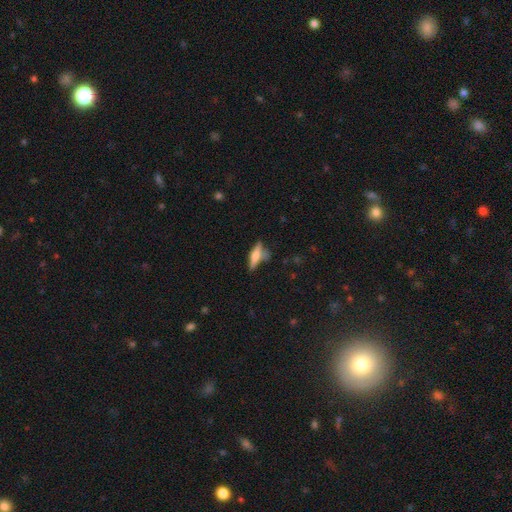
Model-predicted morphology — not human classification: Smooth or featured? Predicted: smooth (p=0.51). How rounded? Predicted: cigar-shaped (p=0.74). Merging? Predicted: none (p=0.59).